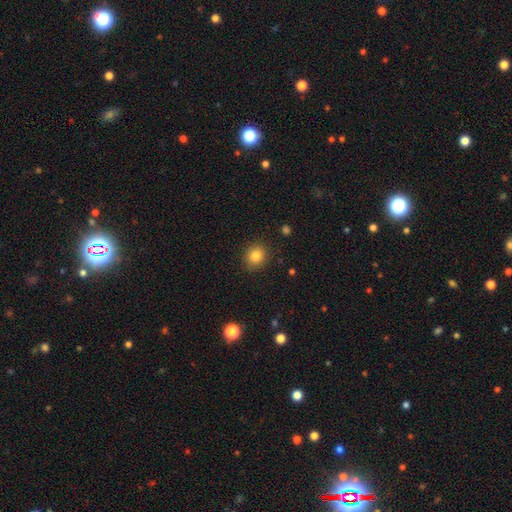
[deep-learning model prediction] Smooth or featured? Predicted: smooth (p=0.83). How rounded? Predicted: round (p=0.81). Merging? Predicted: none (p=0.89).